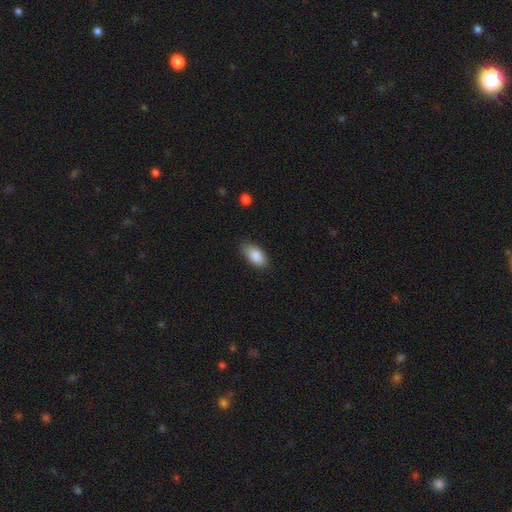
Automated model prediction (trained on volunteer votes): Smooth or featured? Predicted: smooth (p=0.87). How rounded? Predicted: in between (p=0.92). Merging? Predicted: none (p=0.79).